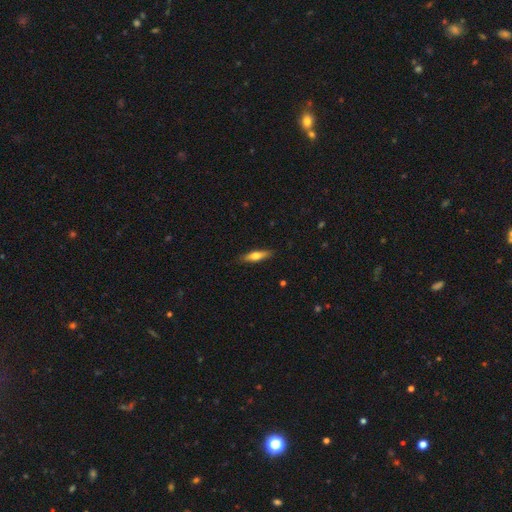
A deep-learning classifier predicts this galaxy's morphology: Smooth or featured?
  - smooth: 58% *
  - featured or disk: 36%
  - star or artifact: 6%
How rounded?
  - cigar-shaped: 68% *
  - in between: 30%
  - round: 2%
Merging?
  - none: 87% *
  - minor disturbance: 10%
  - major disturbance: 2%
  - merger: 1%